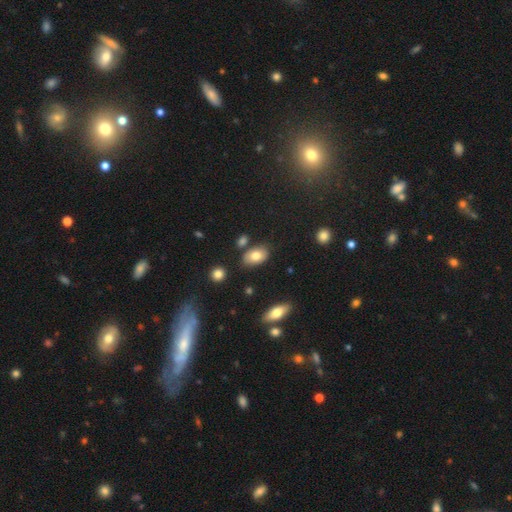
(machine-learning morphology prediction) Overall: smooth (78%). How rounded: in between (91%). Merging: none (77%).